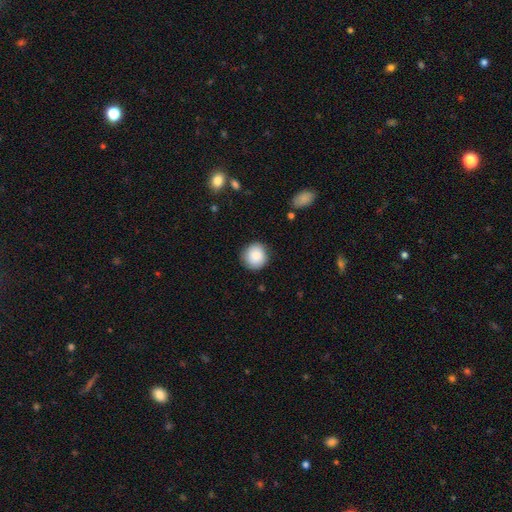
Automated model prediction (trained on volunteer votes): A smooth galaxy with no disk features (86%) that is round (90%). Merging: none (85%).